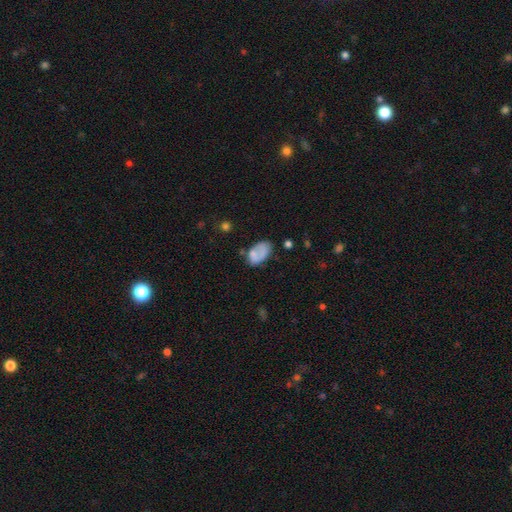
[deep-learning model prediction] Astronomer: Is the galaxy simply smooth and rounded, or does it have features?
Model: smooth — 72%.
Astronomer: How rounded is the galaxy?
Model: in between — 91%.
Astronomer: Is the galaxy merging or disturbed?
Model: none — 50% (runner-up: minor disturbance, 27%).